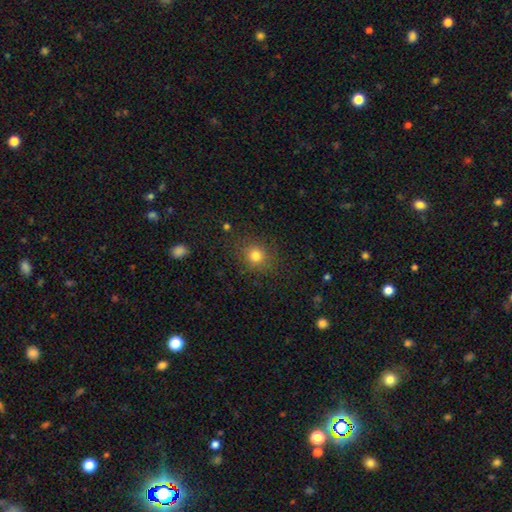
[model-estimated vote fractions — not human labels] smooth-or-featured: smooth: 79% | star or artifact: 14% | featured or disk: 7%
  how-rounded: round: 81% | in between: 18% | cigar-shaped: 1%
  merging: none: 84% | minor disturbance: 10% | major disturbance: 4% | merger: 1%